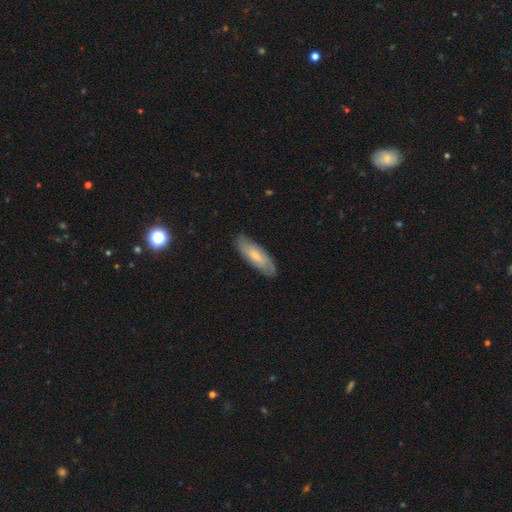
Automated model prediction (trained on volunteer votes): Smooth or featured? smooth (54%)
How rounded? in between (58%)
Merging? none (82%)